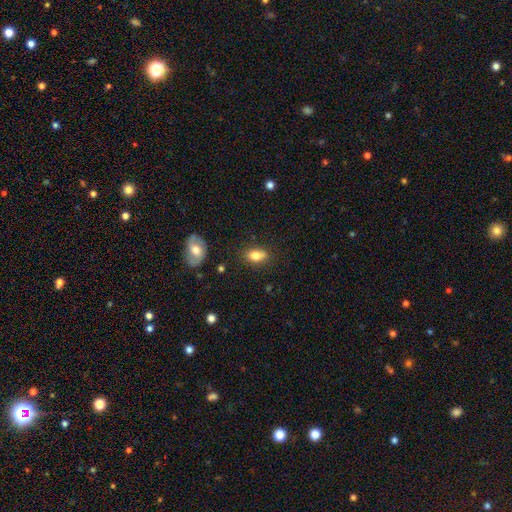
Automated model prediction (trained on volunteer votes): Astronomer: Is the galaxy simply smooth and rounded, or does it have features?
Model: smooth — 78%.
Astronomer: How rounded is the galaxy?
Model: in between — 82%.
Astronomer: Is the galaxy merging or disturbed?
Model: none — 71%.